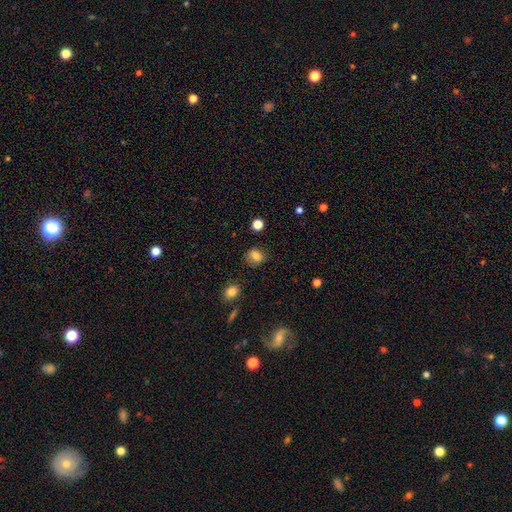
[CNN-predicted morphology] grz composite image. It shows a smooth galaxy with no disk features (80%) that is round (57%). Merging: none (76%).